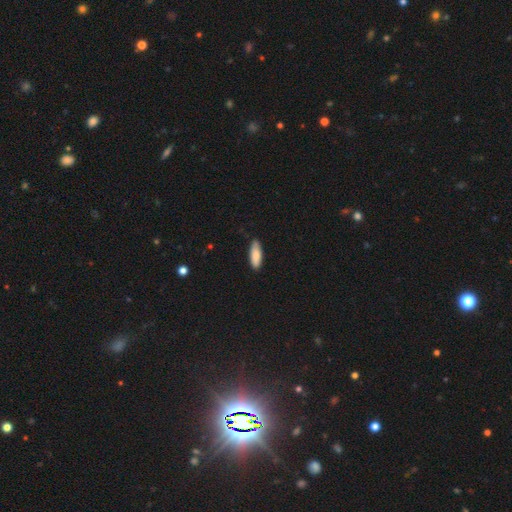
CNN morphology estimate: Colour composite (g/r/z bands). It shows a smooth galaxy with no disk features (86%) that is in between round and cigar-shaped (61%). Merging: none (82%).